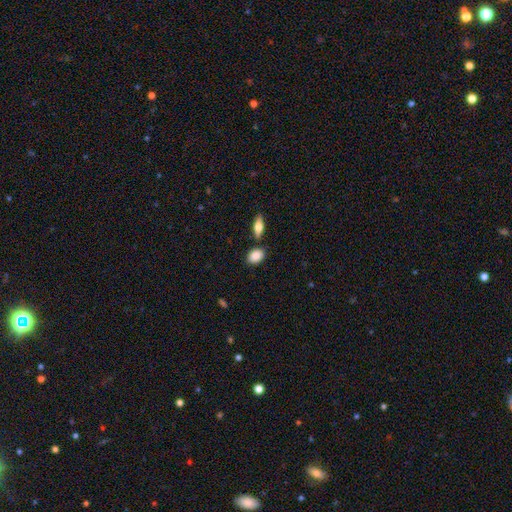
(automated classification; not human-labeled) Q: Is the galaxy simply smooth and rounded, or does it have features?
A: smooth — 86%.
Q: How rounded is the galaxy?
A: in between — 78%.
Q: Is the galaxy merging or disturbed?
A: none — 76%.